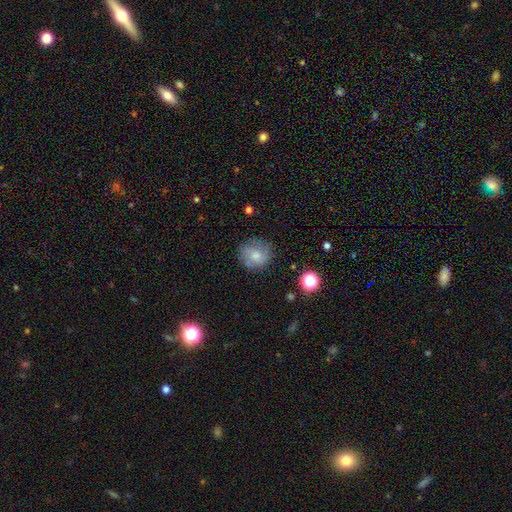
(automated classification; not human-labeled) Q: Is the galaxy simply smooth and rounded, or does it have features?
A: smooth — 69%.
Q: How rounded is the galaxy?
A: round — 85%.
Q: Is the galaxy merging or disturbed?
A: none — 71%.